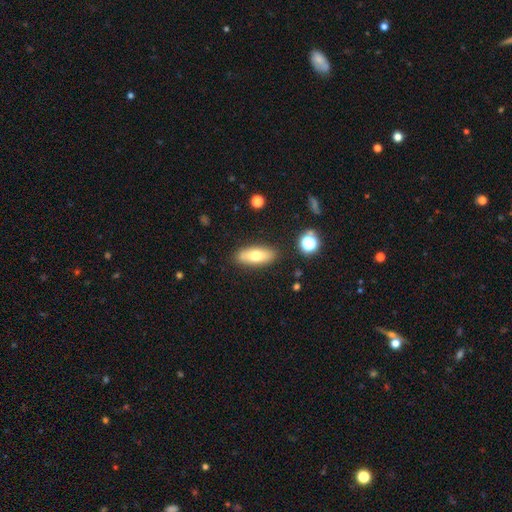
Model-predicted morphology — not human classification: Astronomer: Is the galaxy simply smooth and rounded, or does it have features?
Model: smooth — 73%.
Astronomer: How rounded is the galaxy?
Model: in between — 70%.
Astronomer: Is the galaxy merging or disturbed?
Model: none — 85%.